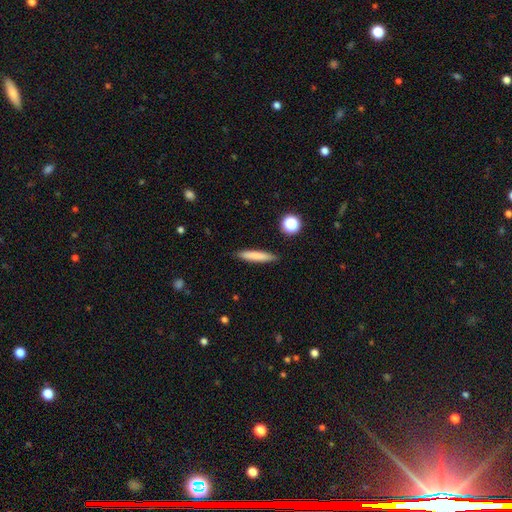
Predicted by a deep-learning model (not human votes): Overall: smooth (79%). How rounded: cigar-shaped (90%). Merging: none (90%).